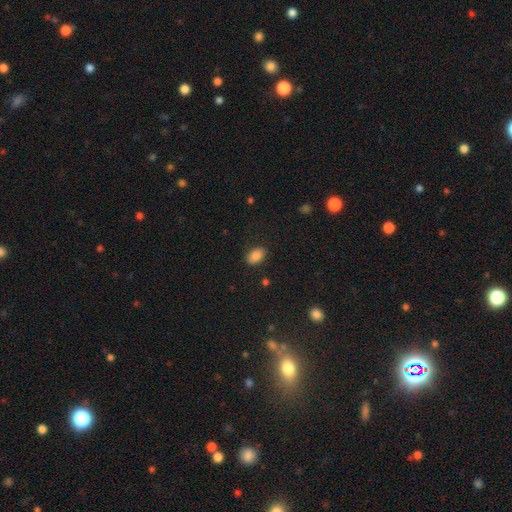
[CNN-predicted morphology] smooth 87%, star or artifact 9%, featured or disk 4%. Down the decision tree: how rounded — in between (87%); merging — none (85%).